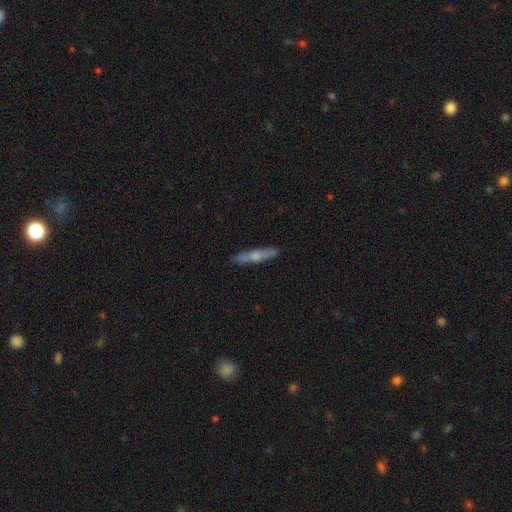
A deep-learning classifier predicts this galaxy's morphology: A featured or disk galaxy (49%). Merging: none (86%).